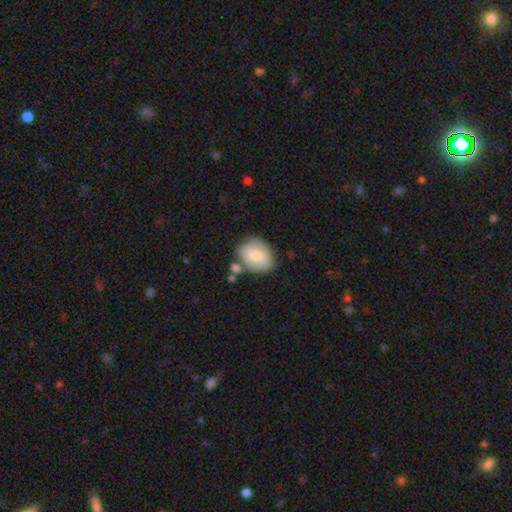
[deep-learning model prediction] This appears to be a smooth galaxy with no disk features (74%) that is in between round and cigar-shaped (56%). Merging: none (60%).